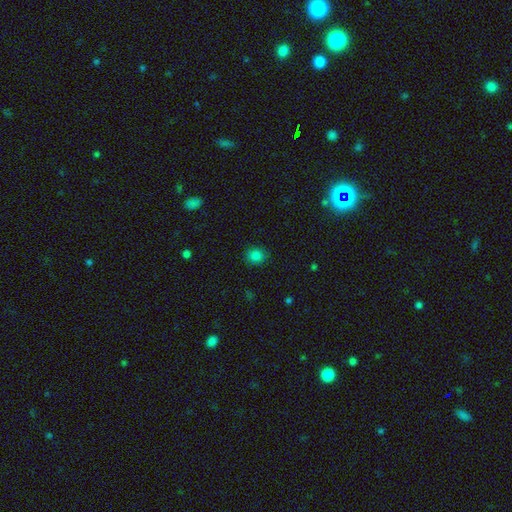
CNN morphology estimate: Smooth or featured? smooth (82%)
How rounded? round (77%)
Merging? none (89%)